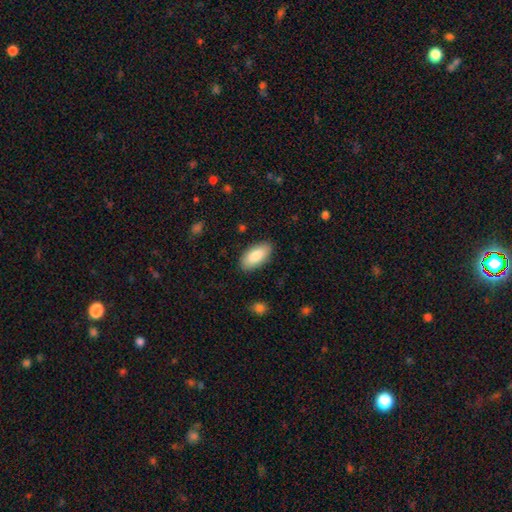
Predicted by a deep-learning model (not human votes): smooth_or_featured: smooth (p=0.86) [alt: featured or disk p=0.09]
how_rounded: in between (p=0.92) [alt: cigar-shaped p=0.06]
merging: none (p=0.87) [alt: minor disturbance p=0.09]